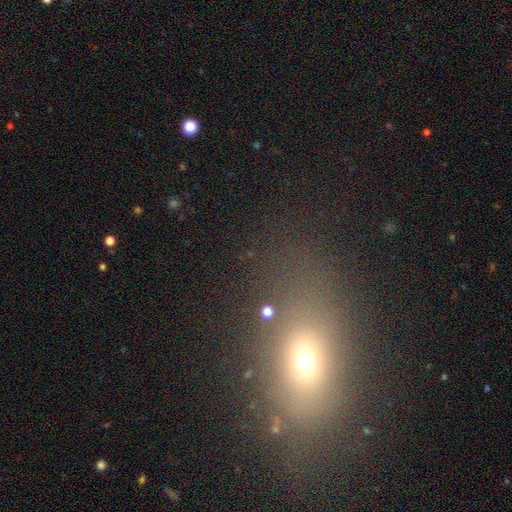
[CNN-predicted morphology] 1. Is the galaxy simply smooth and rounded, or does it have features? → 51% smooth, 34% star or artifact, 15% featured or disk.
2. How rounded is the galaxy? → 60% in between, 33% round, 7% cigar-shaped.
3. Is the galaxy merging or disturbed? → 74% none, 13% minor disturbance, 9% major disturbance, 5% merger.